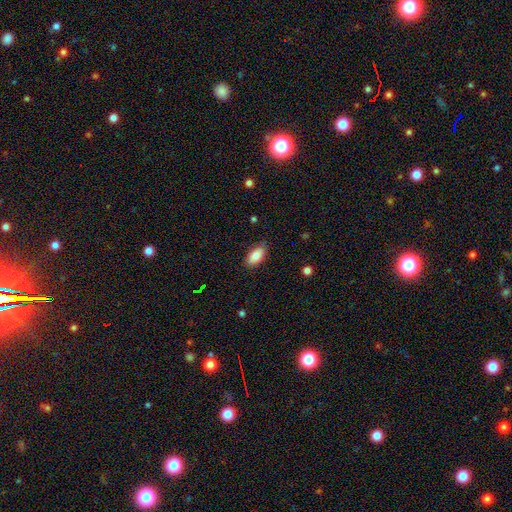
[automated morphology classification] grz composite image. It shows a smooth galaxy with no disk features (86%) that is in between round and cigar-shaped (92%). Merging: none (81%).